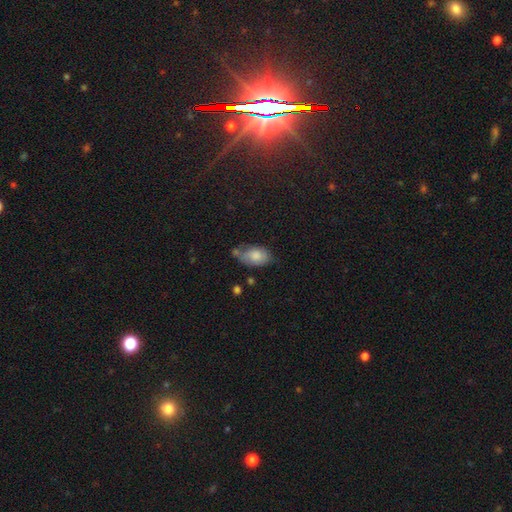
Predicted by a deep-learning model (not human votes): A smooth galaxy with no disk features (76%) that is in between round and cigar-shaped (90%). Merging: none (41%).